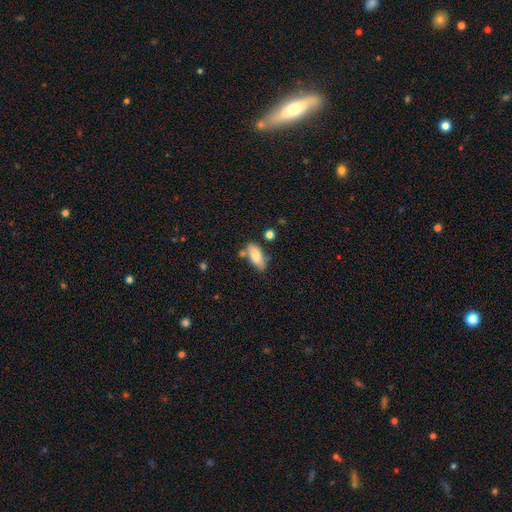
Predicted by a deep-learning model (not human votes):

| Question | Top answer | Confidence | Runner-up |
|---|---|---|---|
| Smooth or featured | smooth | 80% | featured or disk (13%) |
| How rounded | in between | 84% | cigar-shaped (13%) |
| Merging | none | 61% | minor disturbance (21%) |